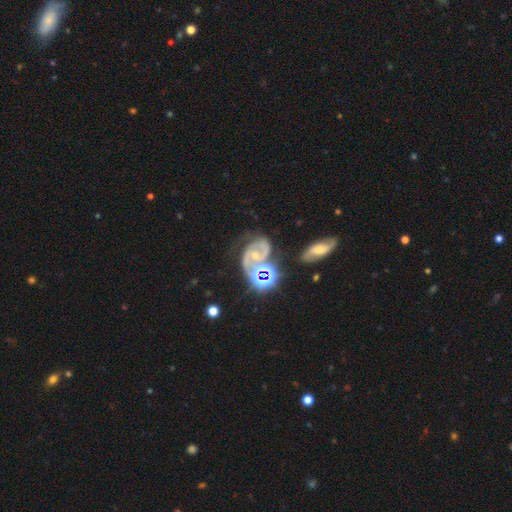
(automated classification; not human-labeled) Morphology: type=featured or disk (70%); edge-on=no (97%); bar=no (53%); spiral arms=yes (90%); winding=medium (52%); arm count=2 (77%); bulge=small (46%); merging=none (44%).